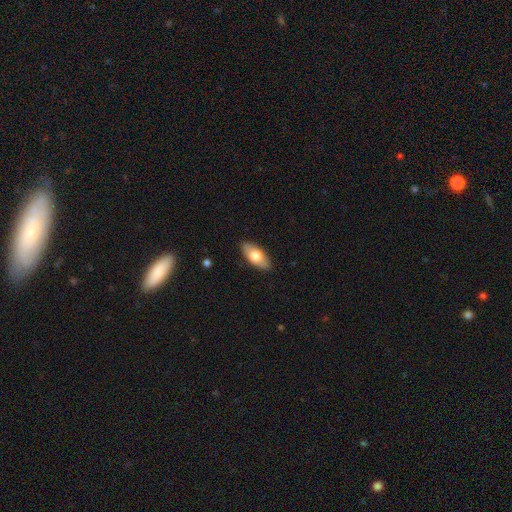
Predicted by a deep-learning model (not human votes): smooth_or_featured: smooth (p=0.71) [alt: featured or disk p=0.24]
how_rounded: in between (p=0.88) [alt: cigar-shaped p=0.09]
merging: none (p=0.88) [alt: minor disturbance p=0.09]